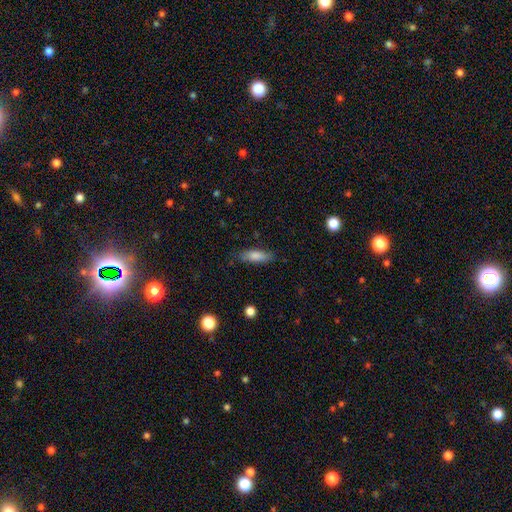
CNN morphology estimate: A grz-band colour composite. It shows a smooth galaxy with no disk features (80%) that is in between round and cigar-shaped (54%). Merging: none (81%).